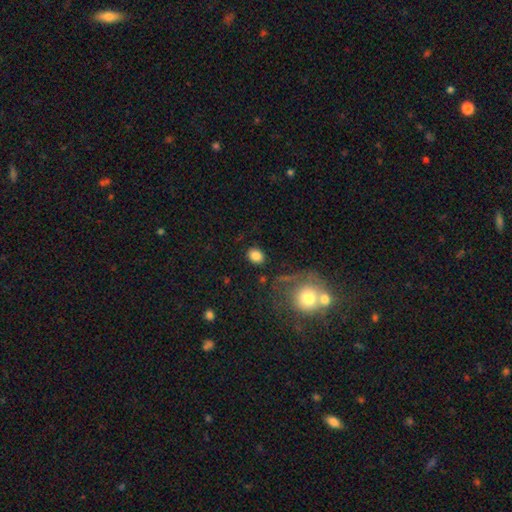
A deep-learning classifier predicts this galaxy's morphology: Smooth or featured?
  - smooth: 84% *
  - star or artifact: 9%
  - featured or disk: 7%
How rounded?
  - round: 59% *
  - in between: 39%
  - cigar-shaped: 1%
Merging?
  - none: 83% *
  - minor disturbance: 9%
  - major disturbance: 4%
  - merger: 4%